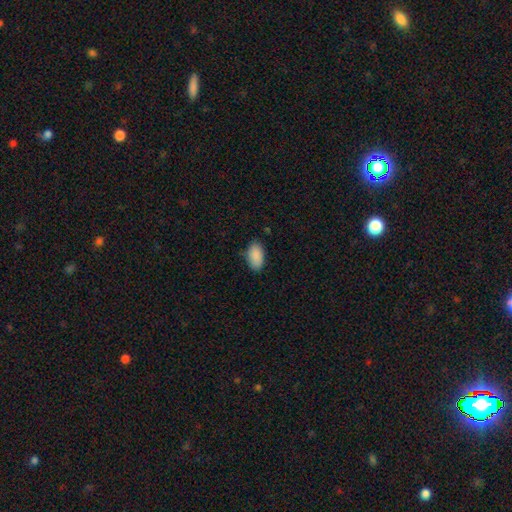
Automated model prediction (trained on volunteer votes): Smooth or featured?
  - smooth: 90% *
  - star or artifact: 7%
  - featured or disk: 3%
How rounded?
  - in between: 94% *
  - round: 3%
  - cigar-shaped: 2%
Merging?
  - none: 82% *
  - minor disturbance: 14%
  - major disturbance: 3%
  - merger: 1%